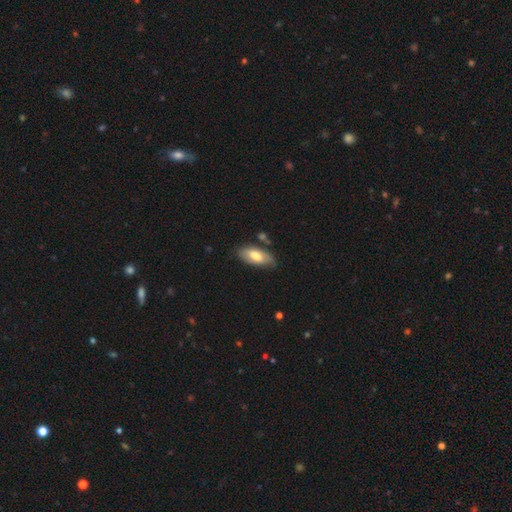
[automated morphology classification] smooth_or_featured: smooth (p=0.65) [alt: featured or disk p=0.29]
how_rounded: in between (p=0.88) [alt: cigar-shaped p=0.10]
merging: none (p=0.71) [alt: minor disturbance p=0.20]